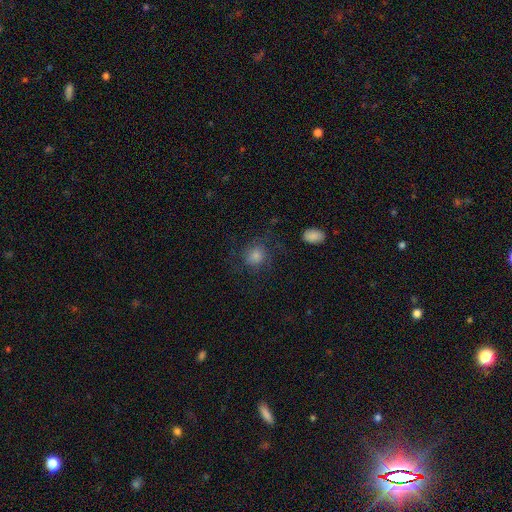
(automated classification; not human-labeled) The model was most divided on "smooth or featured": smooth: 59%, featured or disk: 24%, star or artifact: 17%. More confident: how rounded — round (82%); merging — none (67%).